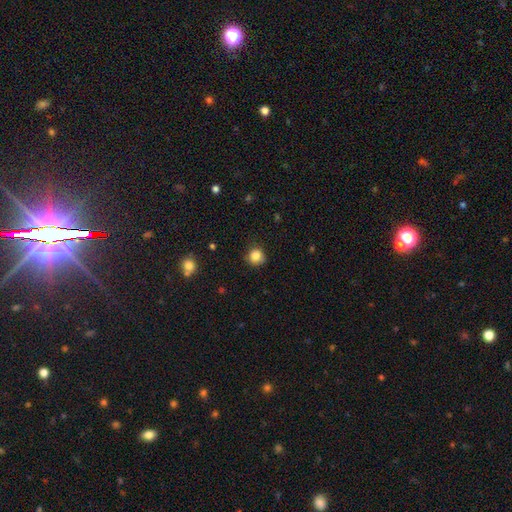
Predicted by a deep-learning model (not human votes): The model was most divided on "merging": none: 82%, minor disturbance: 14%, major disturbance: 3%, merger: 1%. More confident: how rounded — round (91%); smooth or featured — smooth (83%).